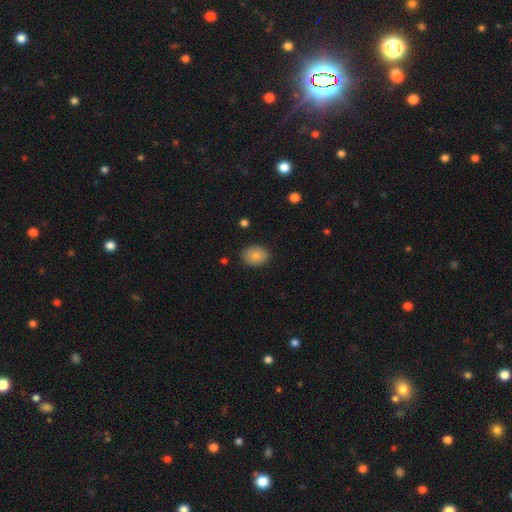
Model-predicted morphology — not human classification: This appears to be a smooth galaxy with no disk features (84%) that is in between round and cigar-shaped (72%). Merging: none (86%).